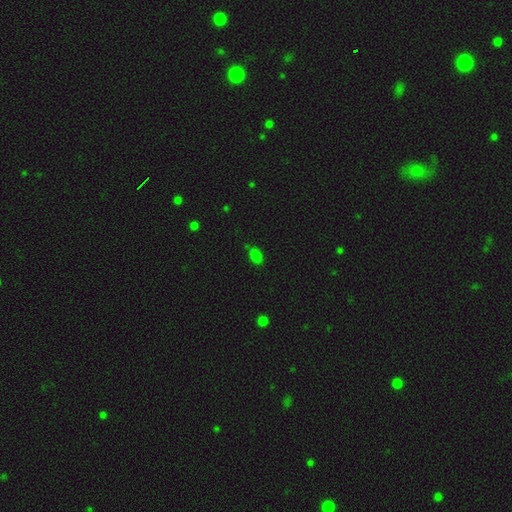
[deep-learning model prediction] This appears to be a smooth galaxy with no disk features (76%) that is in between round and cigar-shaped (84%). Merging: none (72%).